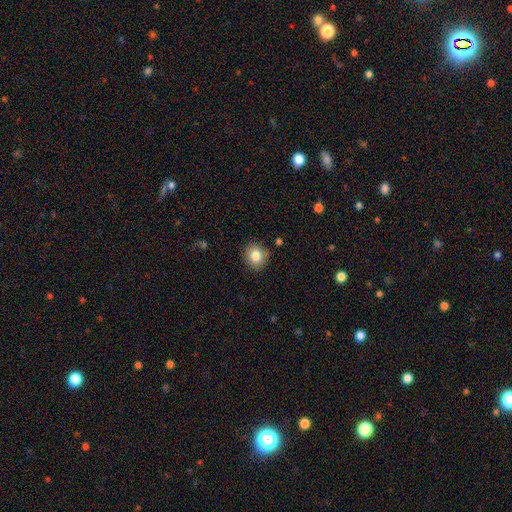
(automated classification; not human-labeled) Smooth or featured? Predicted: smooth (p=0.82). How rounded? Predicted: round (p=0.77). Merging? Predicted: none (p=0.85).